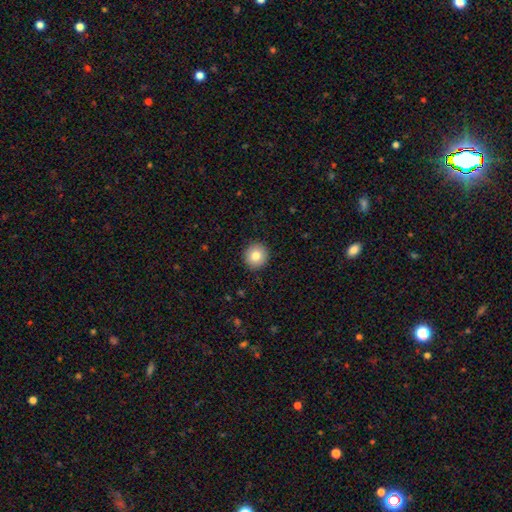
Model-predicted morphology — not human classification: This appears to be a smooth galaxy with no disk features (82%) that is round (93%). Merging: none (92%).